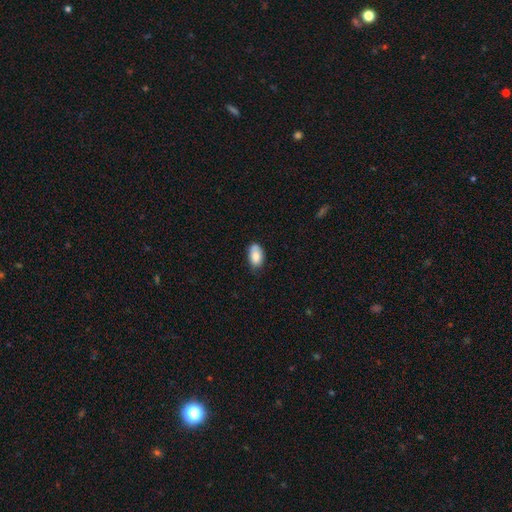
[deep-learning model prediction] Smooth or featured?
  - smooth: 82% *
  - featured or disk: 11%
  - star or artifact: 7%
How rounded?
  - in between: 92% *
  - round: 6%
  - cigar-shaped: 2%
Merging?
  - none: 61% *
  - minor disturbance: 30%
  - major disturbance: 5%
  - merger: 3%